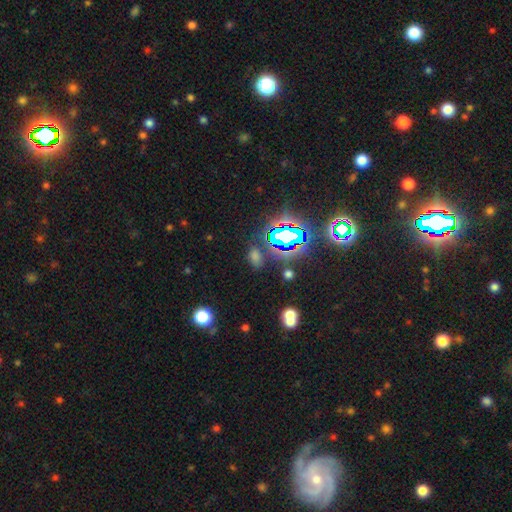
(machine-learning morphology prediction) A star or artifact, not a galaxy (51%).

Vote fractions:
- Smooth or featured? star or artifact: 51% / smooth: 39% / featured or disk: 10%